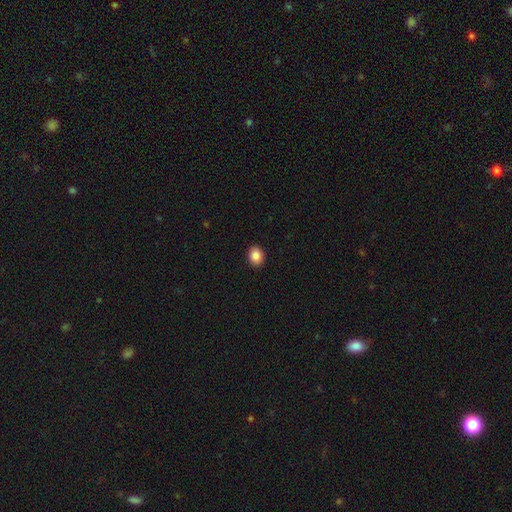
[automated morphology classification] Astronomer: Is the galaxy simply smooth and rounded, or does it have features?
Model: smooth — 87%.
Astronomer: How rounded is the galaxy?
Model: round — 53% (runner-up: in between, 46%).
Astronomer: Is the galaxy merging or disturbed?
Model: none — 92%.